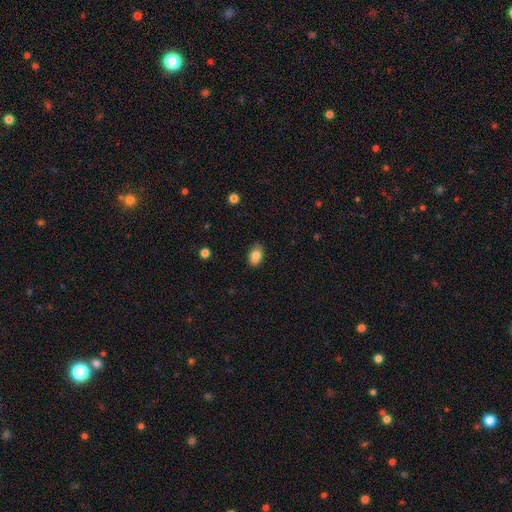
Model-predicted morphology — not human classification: Smooth or featured: smooth — 81% (featured or disk — 10%)
How rounded: in between — 84% (round — 15%)
Merging: none — 73% (minor disturbance — 20%)